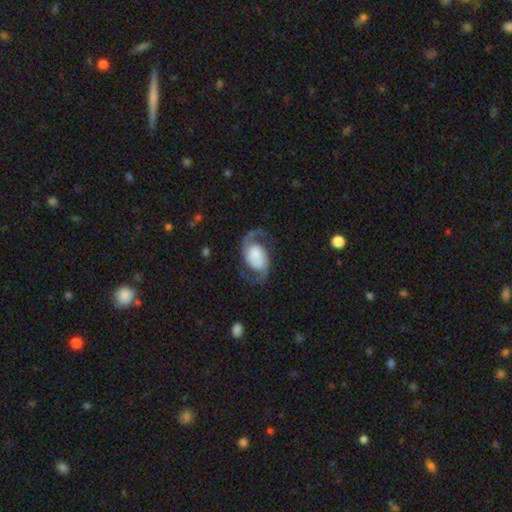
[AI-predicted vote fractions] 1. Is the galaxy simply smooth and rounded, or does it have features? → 84% featured or disk, 11% smooth, 5% star or artifact.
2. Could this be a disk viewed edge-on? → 97% no, 3% yes.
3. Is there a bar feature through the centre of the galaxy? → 68% no, 24% weak, 9% strong.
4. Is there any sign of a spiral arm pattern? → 96% yes, 4% no.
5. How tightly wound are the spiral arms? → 45% loose, 42% medium, 12% tight.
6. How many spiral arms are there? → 93% 2, 2% 1, 2% can't tell, 1% 3, 1% 4, 1% more than 4.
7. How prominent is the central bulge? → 28% large, 24% small, 19% moderate, 16% dominant, 13% none.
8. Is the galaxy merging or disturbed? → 70% none, 16% minor disturbance, 12% major disturbance, 2% merger.